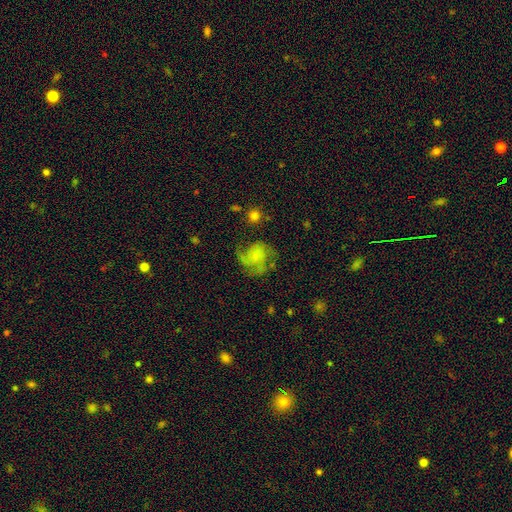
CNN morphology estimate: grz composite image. It shows a featured or disk galaxy (68%) with no bar (69%), 3 (40%) medium (49%) spiral arms (90%) and a small central bulge (50%). Merging: none (53%).